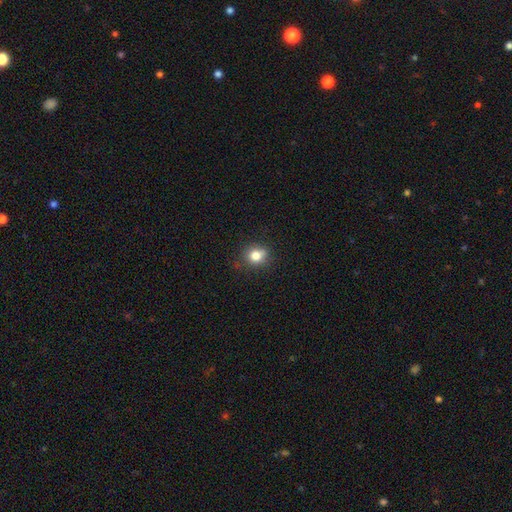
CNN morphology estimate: The model was most divided on "how rounded": round: 68%, in between: 31%, cigar-shaped: 1%. More confident: smooth or featured — smooth (80%); merging — none (75%).